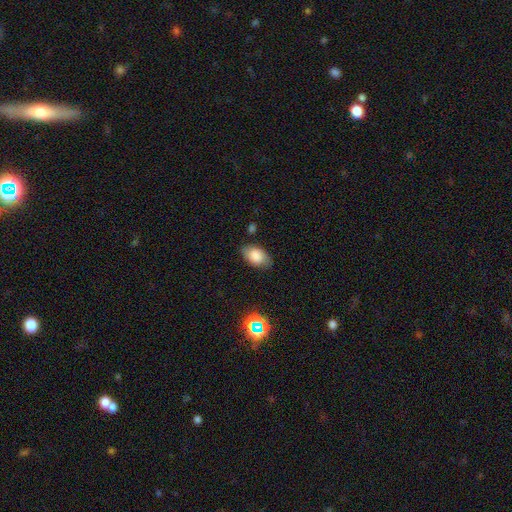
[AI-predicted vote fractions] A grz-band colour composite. It shows a smooth galaxy with no disk features (79%) that is in between round and cigar-shaped (89%). Merging: none (77%).